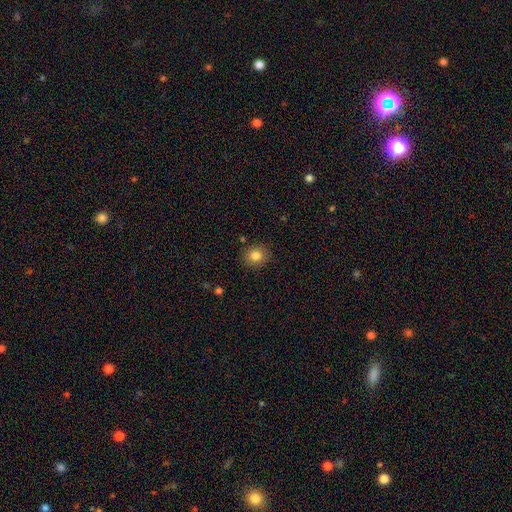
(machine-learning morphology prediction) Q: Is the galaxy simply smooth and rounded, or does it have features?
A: smooth — 82%.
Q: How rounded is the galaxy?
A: round — 73%.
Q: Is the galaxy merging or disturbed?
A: none — 87%.